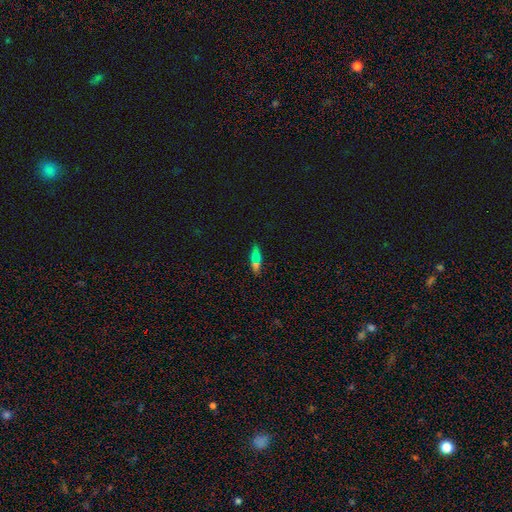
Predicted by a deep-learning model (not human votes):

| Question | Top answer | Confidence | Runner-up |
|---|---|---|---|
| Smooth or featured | smooth | 67% | star or artifact (19%) |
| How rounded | in between | 52% | cigar-shaped (42%) |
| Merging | none | 76% | minor disturbance (13%) |